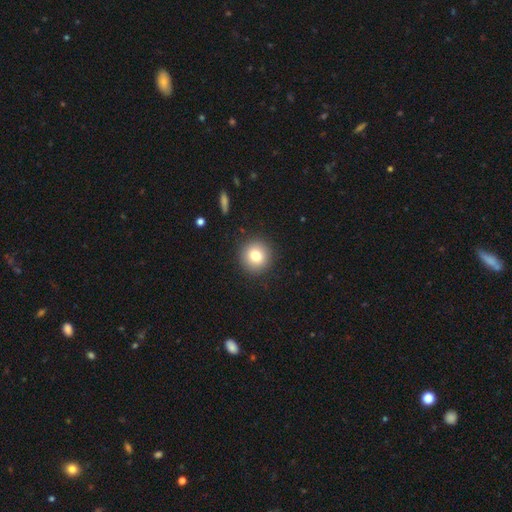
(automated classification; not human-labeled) This appears to be a smooth galaxy with no disk features (80%) that is round (93%). Merging: none (90%).